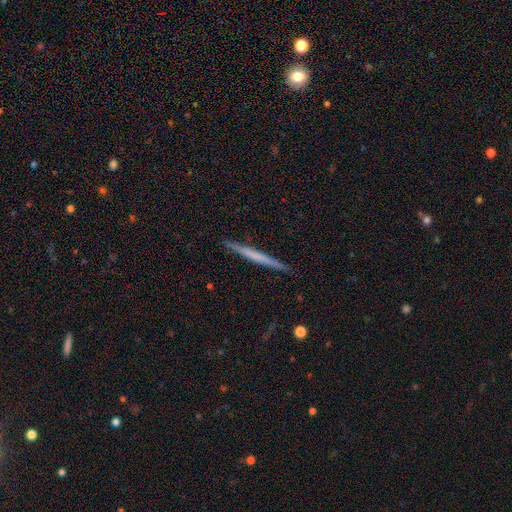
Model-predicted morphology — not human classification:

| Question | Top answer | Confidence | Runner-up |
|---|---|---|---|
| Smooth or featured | featured or disk | 49% | smooth (46%) |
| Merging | none | 91% | minor disturbance (7%) |